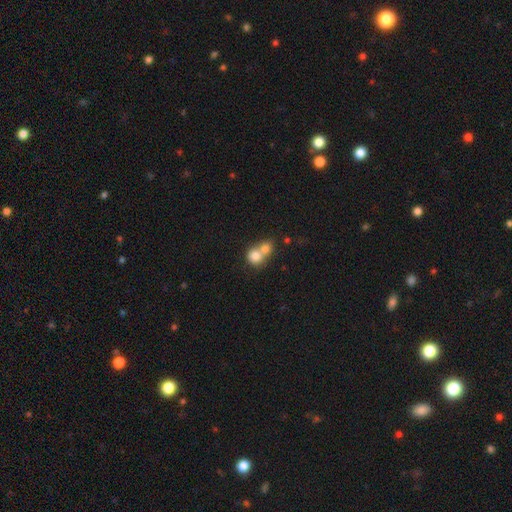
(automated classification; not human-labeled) Overall: smooth (77%). How rounded: round (79%). Merging: merger (68%).